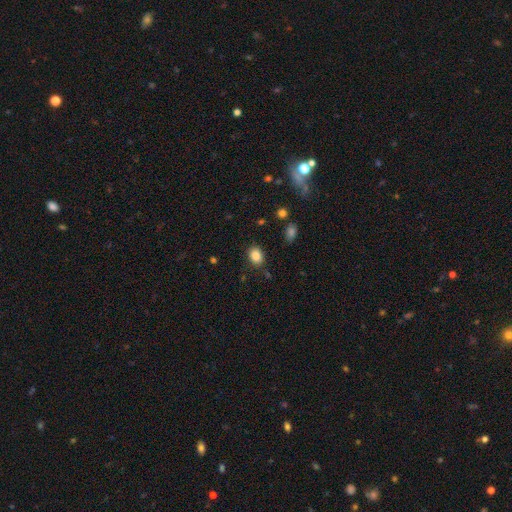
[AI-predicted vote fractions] A smooth galaxy with no disk features (85%) that is in between round and cigar-shaped (63%). Merging: none (84%).